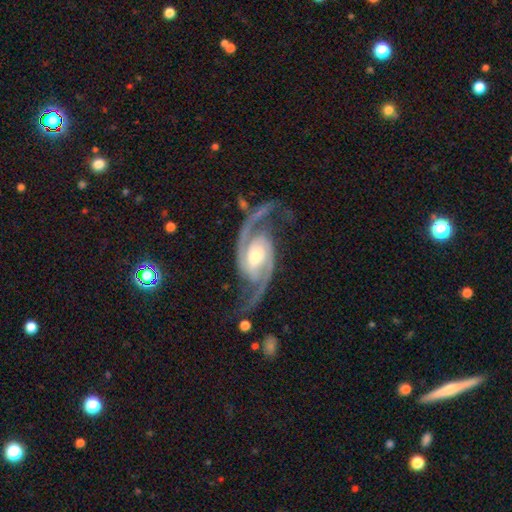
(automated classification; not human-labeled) Overall: featured or disk (94%). Edge-on disk: no (98%). Bar: no (41%; weak 38%). Spiral arms: yes (99%). Spiral arm count: 2 (94%). Spiral winding: medium (54%; loose 29%). Bulge size: moderate (58%; small 28%). Merging: none (75%).